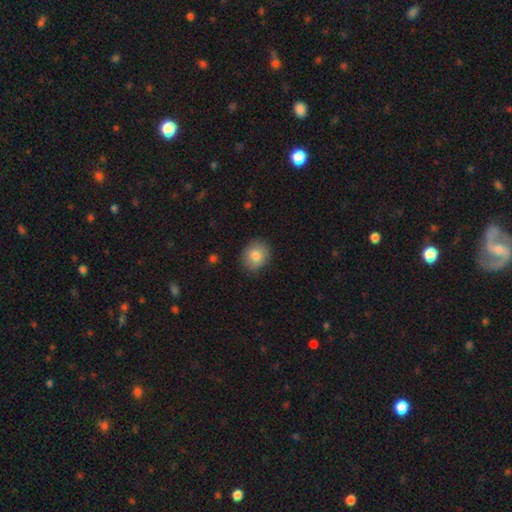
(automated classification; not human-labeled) Smooth or featured?
  - smooth: 83% *
  - featured or disk: 9%
  - star or artifact: 8%
How rounded?
  - round: 72% *
  - in between: 27%
  - cigar-shaped: 1%
Merging?
  - none: 84% *
  - minor disturbance: 12%
  - major disturbance: 3%
  - merger: 1%